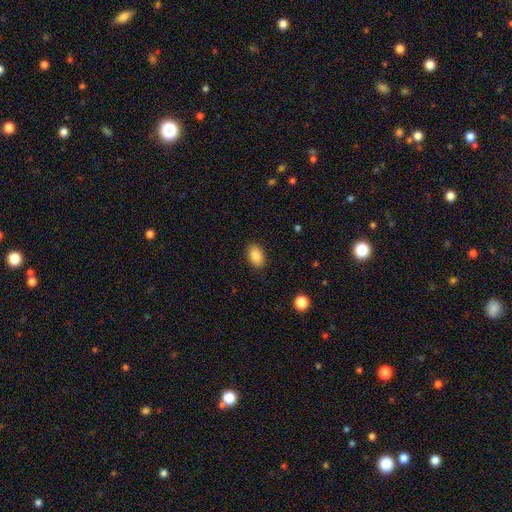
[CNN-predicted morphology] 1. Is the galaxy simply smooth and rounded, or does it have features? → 86% smooth, 8% star or artifact, 6% featured or disk.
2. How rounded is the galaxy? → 87% in between, 11% round, 1% cigar-shaped.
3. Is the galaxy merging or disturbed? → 88% none, 8% minor disturbance, 2% major disturbance, 1% merger.